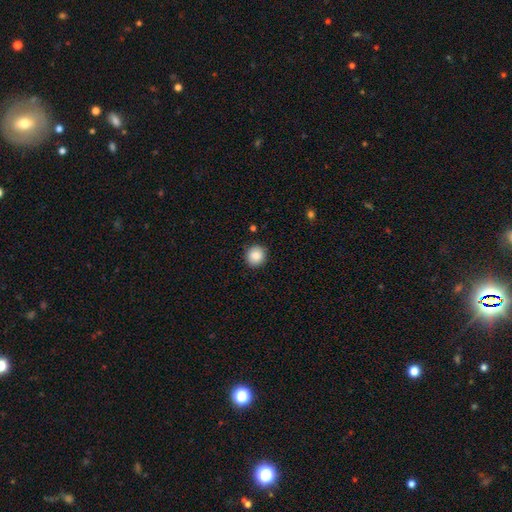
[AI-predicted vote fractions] A smooth galaxy with no disk features (86%) that is round (89%). Merging: none (89%).